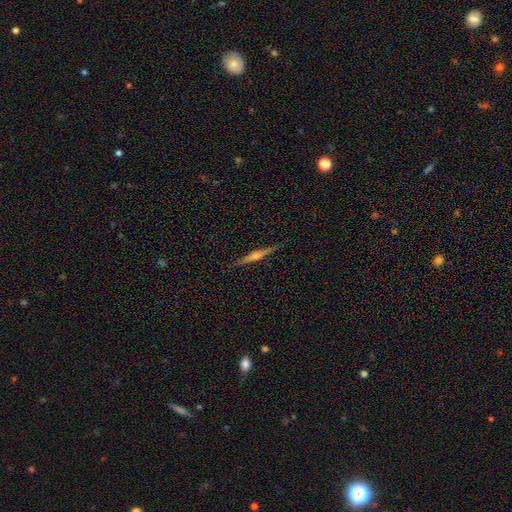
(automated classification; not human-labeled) A featured or disk galaxy (72%) viewed edge-on (98%) with a rounded central bulge (73%). Merging: none (90%).